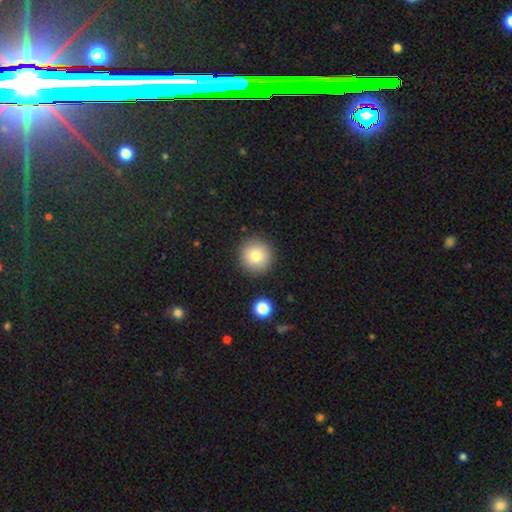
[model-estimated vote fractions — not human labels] This is clearly a smooth galaxy (81%). How rounded: clearly round (95%). Merging: clearly none (89%).